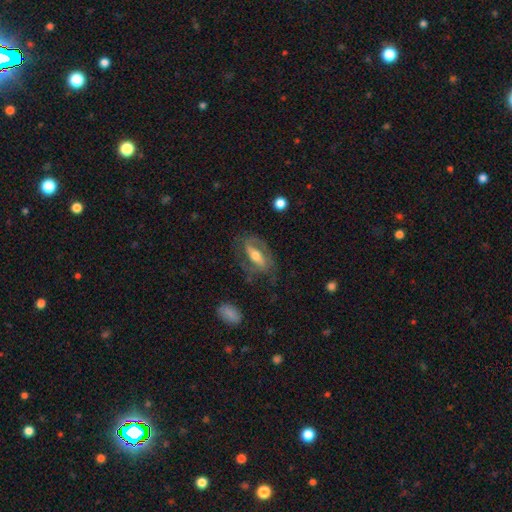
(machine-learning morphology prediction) The model was most divided on "bar": strong: 46%, weak: 29%, no: 25%. More confident: edge-on disk — no (87%); spiral arms — yes (74%); smooth or featured — featured or disk (69%); bulge size — moderate (64%); merging — none (63%).